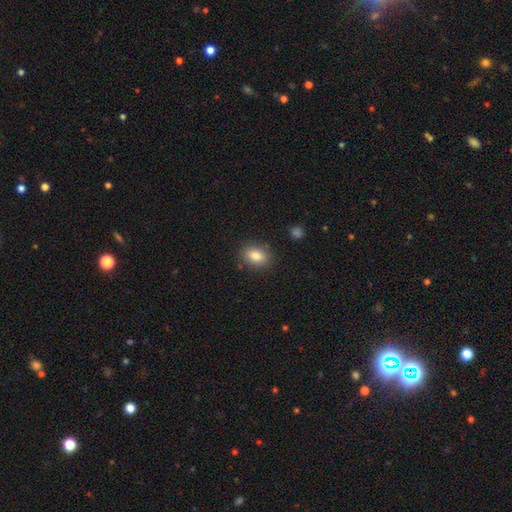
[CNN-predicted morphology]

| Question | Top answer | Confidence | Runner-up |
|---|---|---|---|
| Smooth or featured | smooth | 85% | star or artifact (9%) |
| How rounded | in between | 72% | round (26%) |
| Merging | none | 85% | minor disturbance (10%) |